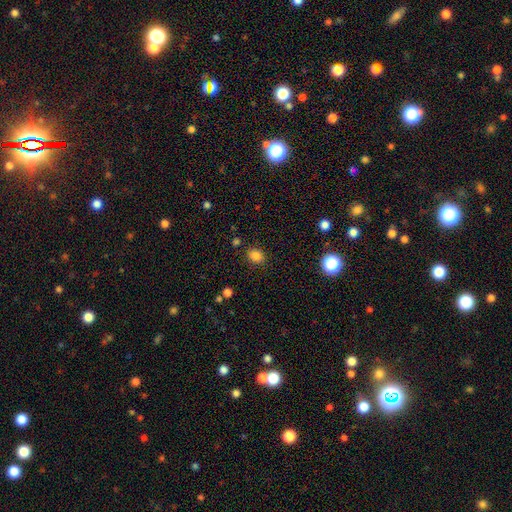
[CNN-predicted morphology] This appears to be a smooth galaxy with no disk features (83%) that is round (50%). Merging: none (84%).